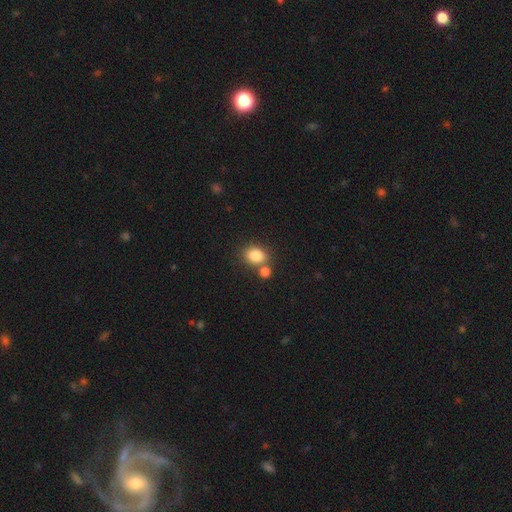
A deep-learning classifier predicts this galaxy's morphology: Smooth or featured?
  - smooth: 84% *
  - star or artifact: 10%
  - featured or disk: 6%
How rounded?
  - round: 53% *
  - in between: 46%
  - cigar-shaped: 1%
Merging?
  - none: 62% *
  - merger: 25%
  - minor disturbance: 10%
  - major disturbance: 3%